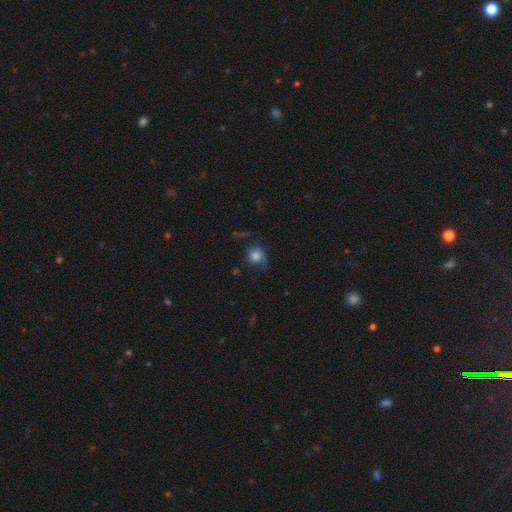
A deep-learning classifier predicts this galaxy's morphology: A smooth galaxy with no disk features (65%) that is round (69%). Merging: none (47%).